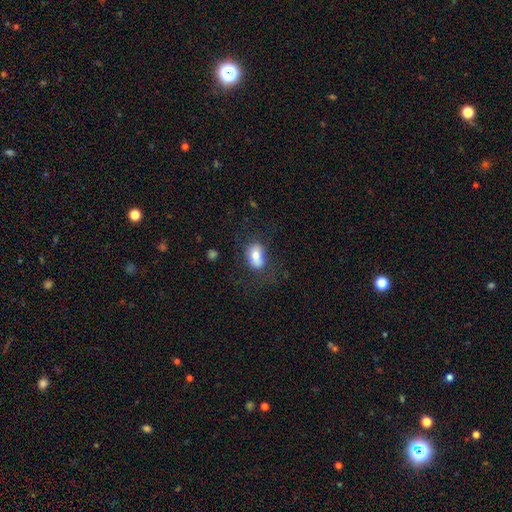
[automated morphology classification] A smooth galaxy with no disk features (73%) that is in between round and cigar-shaped (80%).

Vote fractions:
- Smooth or featured? smooth: 73% / featured or disk: 18% / star or artifact: 9%
- How rounded? in between: 80% / round: 18% / cigar-shaped: 2%
- Merging? none: 63% / minor disturbance: 21% / major disturbance: 11% / merger: 5%